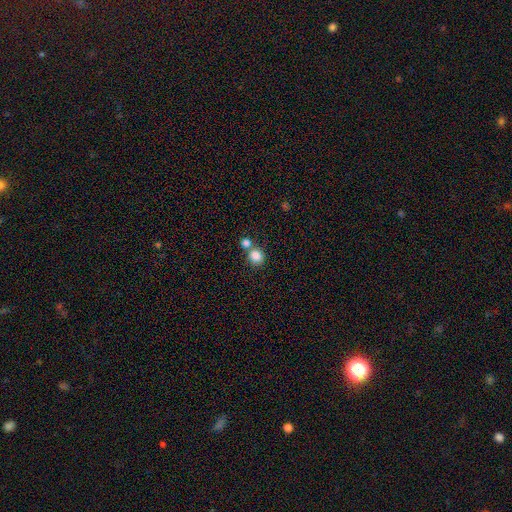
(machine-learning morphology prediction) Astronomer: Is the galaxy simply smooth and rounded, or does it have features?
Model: smooth — 85%.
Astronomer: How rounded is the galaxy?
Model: round — 81%.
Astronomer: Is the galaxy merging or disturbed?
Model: none — 52% (runner-up: merger, 36%).